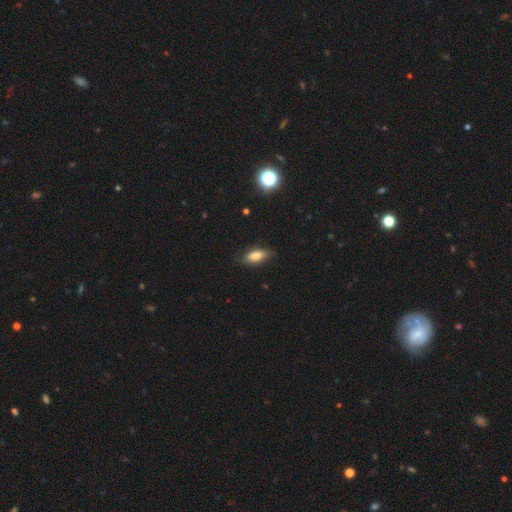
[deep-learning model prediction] Smooth or featured? Predicted: smooth (p=0.76). How rounded? Predicted: in between (p=0.75). Merging? Predicted: none (p=0.79).